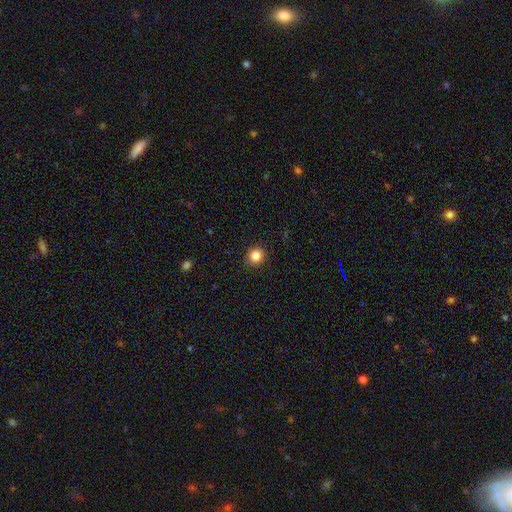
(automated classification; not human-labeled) Smooth or featured? Predicted: smooth (p=0.85). How rounded? Predicted: round (p=0.86). Merging? Predicted: none (p=0.91).